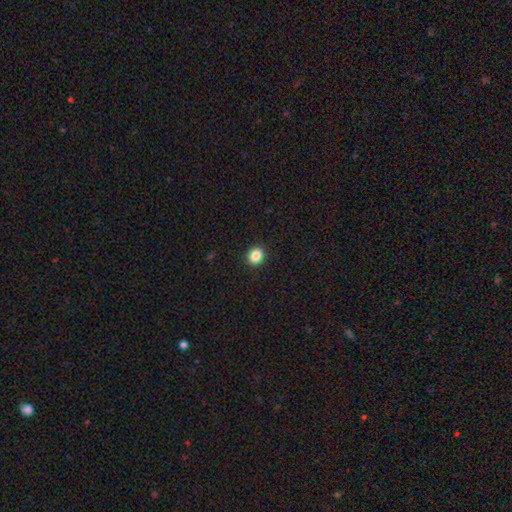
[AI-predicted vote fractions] Smooth or featured? Predicted: smooth (p=0.86). How rounded? Predicted: round (p=0.70). Merging? Predicted: none (p=0.92).